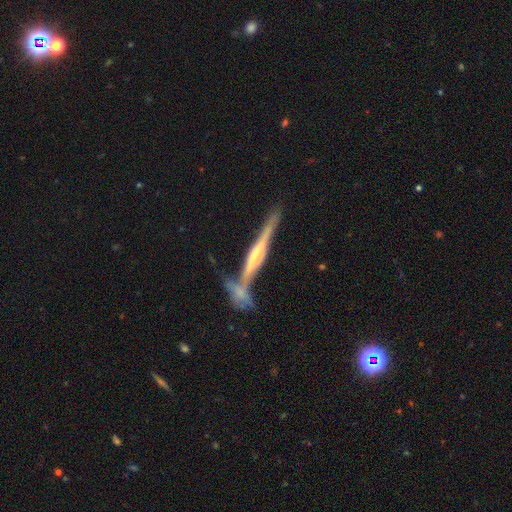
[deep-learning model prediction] This is likely a featured or disk galaxy (78%). It is clearly viewed edge-on (95%). Edge-on bulge: likely rounded (63%). Merging: possibly none (51%).